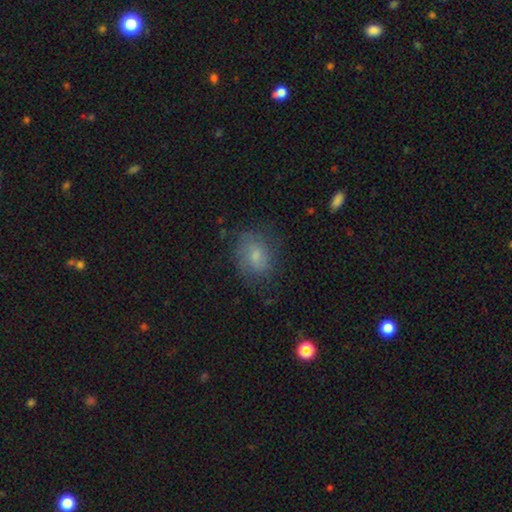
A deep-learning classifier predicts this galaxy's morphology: Overall: smooth (58%; featured or disk 32%). How rounded: in between (56%; round 42%). Merging: none (69%).